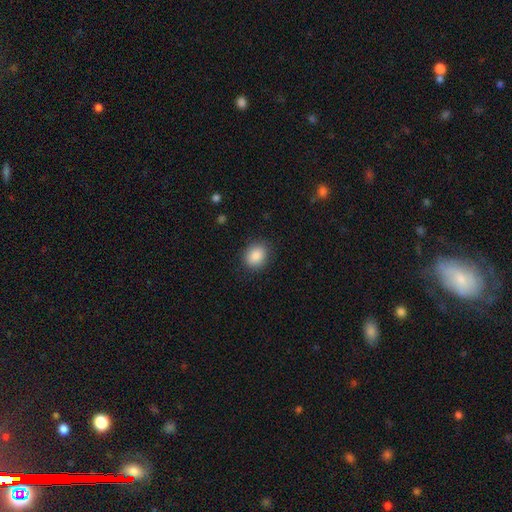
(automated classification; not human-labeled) Smooth or featured?
  - smooth: 86% *
  - star or artifact: 8%
  - featured or disk: 6%
How rounded?
  - round: 61% *
  - in between: 39%
  - cigar-shaped: 1%
Merging?
  - none: 87% *
  - minor disturbance: 9%
  - major disturbance: 3%
  - merger: 1%